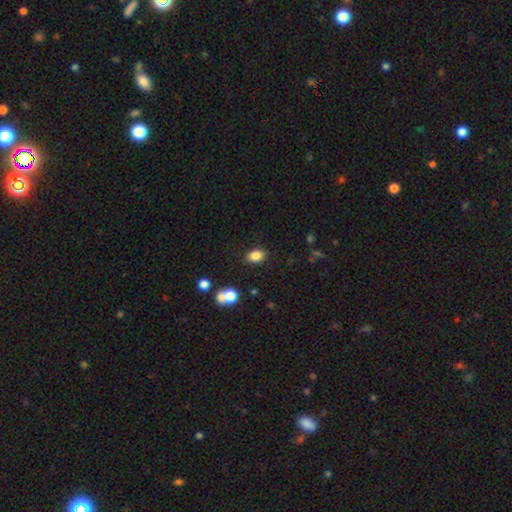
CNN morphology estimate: A smooth galaxy with no disk features (84%) that is in between round and cigar-shaped (74%).

Vote fractions:
- Smooth or featured? smooth: 84% / star or artifact: 10% / featured or disk: 6%
- How rounded? in between: 74% / round: 24% / cigar-shaped: 1%
- Merging? none: 84% / minor disturbance: 10% / major disturbance: 3% / merger: 3%